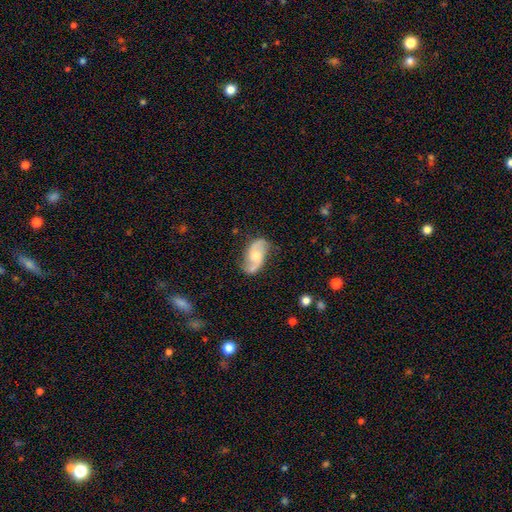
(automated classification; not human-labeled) smooth_or_featured: featured or disk (p=0.79) [alt: smooth p=0.16]
disk_edge_on: no (p=0.97) [alt: yes p=0.03]
bar: no (p=0.56) [alt: weak p=0.38]
has_spiral_arms: yes (p=0.95) [alt: no p=0.05]
spiral_winding: loose (p=0.44) [alt: medium p=0.43]
spiral_arm_count: 2 (p=0.90) [alt: can't tell p=0.04]
bulge_size: moderate (p=0.53) [alt: small p=0.31]
merging: none (p=0.72) [alt: minor disturbance p=0.18]